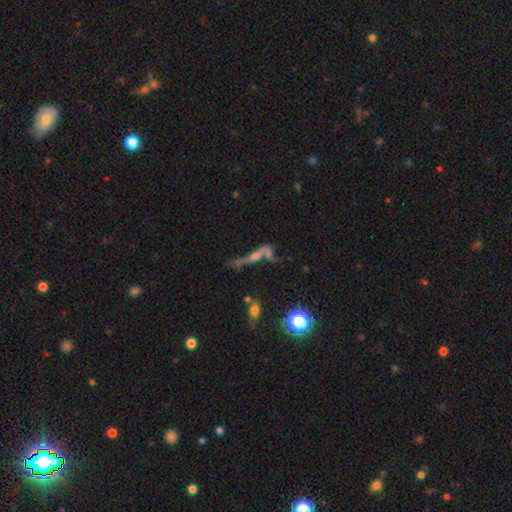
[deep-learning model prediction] Overall: featured or disk (49%; smooth 28%). Merging: merger (38%; none 28%).